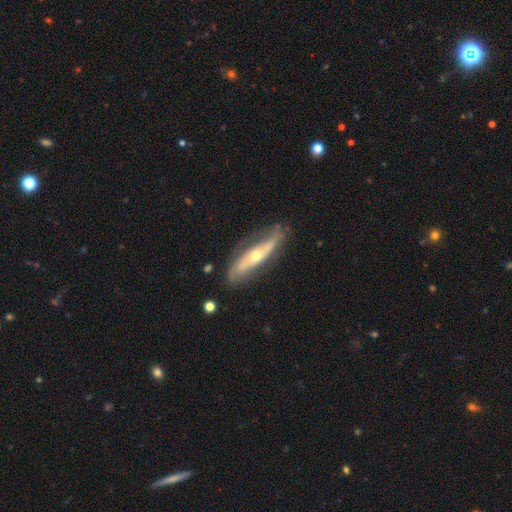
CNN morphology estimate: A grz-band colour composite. It shows a featured or disk galaxy (69%) viewed edge-on (52%). Merging: none (70%).